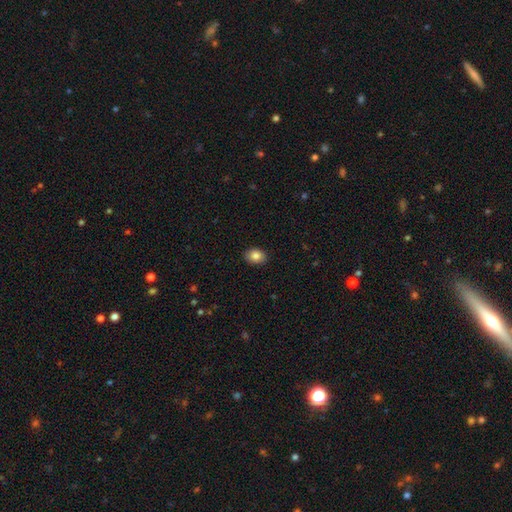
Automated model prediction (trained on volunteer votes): Smooth or featured? Predicted: smooth (p=0.85). How rounded? Predicted: in between (p=0.66). Merging? Predicted: none (p=0.89).